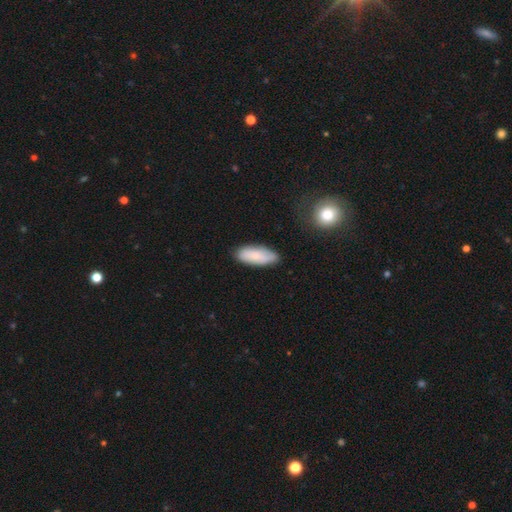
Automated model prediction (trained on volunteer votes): A smooth galaxy with no disk features (77%) that is in between round and cigar-shaped (73%). Merging: none (80%).